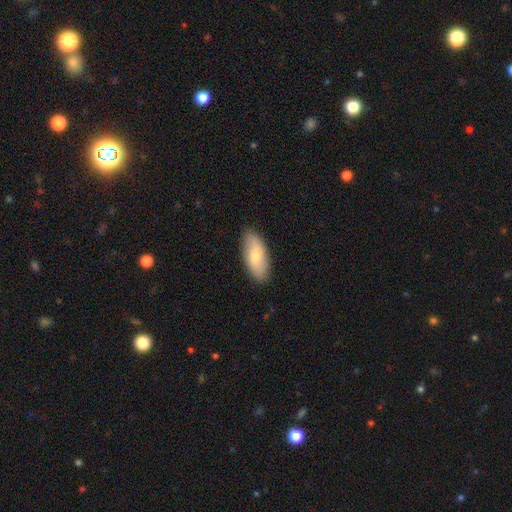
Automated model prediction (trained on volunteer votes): smooth 69%, featured or disk 25%, star or artifact 6%. Down the decision tree: how rounded — in between (84%); merging — none (85%).